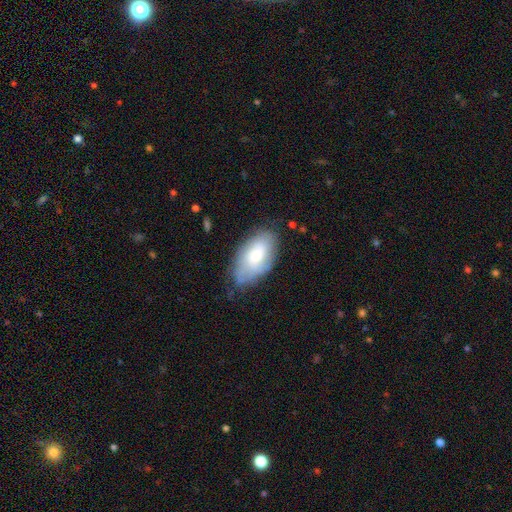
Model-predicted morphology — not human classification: This is likely a smooth galaxy (61%). How rounded: clearly in between (94%). Merging: likely none (61%).